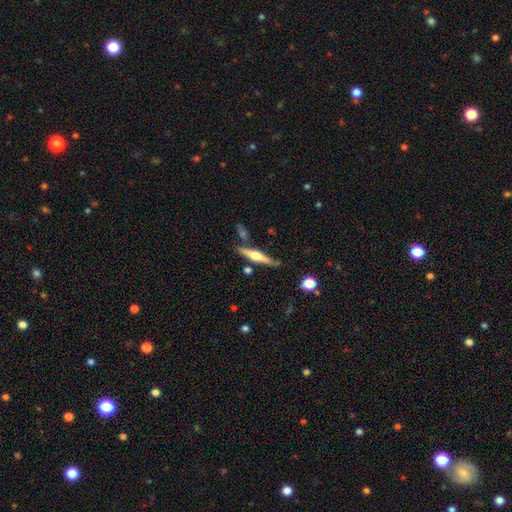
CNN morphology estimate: The model was most divided on "smooth or featured": featured or disk: 67%, smooth: 27%, star or artifact: 6%. More confident: edge-on disk — yes (97%); edge-on bulge — rounded (90%); merging — none (77%).